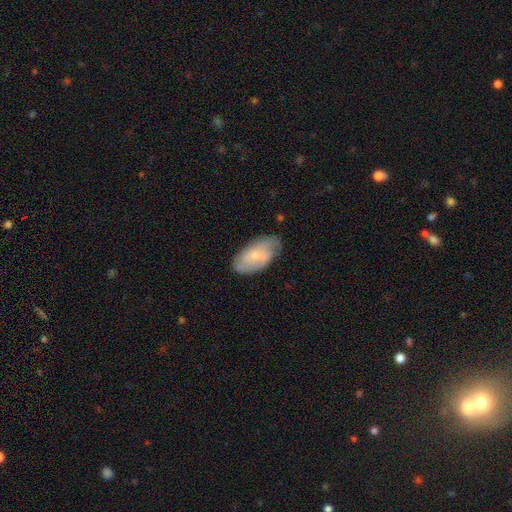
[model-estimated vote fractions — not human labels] smooth_or_featured: featured or disk (p=0.48) [alt: smooth p=0.46]
merging: none (p=0.68) [alt: minor disturbance p=0.24]